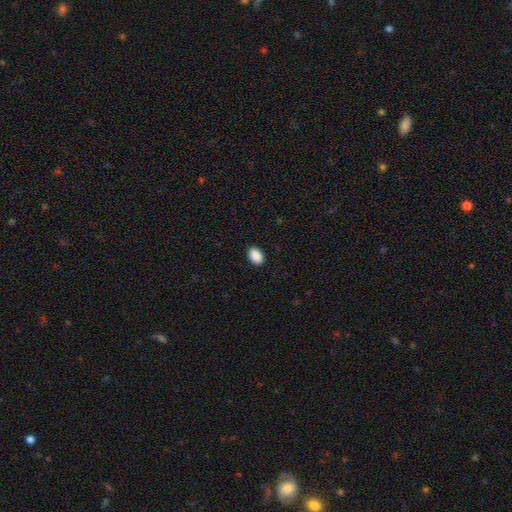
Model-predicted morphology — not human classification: Smooth or featured: smooth — 90% (star or artifact — 7%)
How rounded: in between — 82% (round — 17%)
Merging: none — 90% (minor disturbance — 7%)